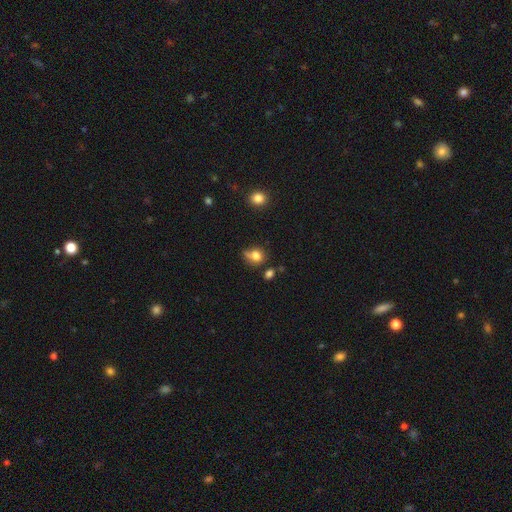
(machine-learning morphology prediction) The model was most divided on "merging": none: 49%, minor disturbance: 25%, merger: 14%, major disturbance: 12%. More confident: smooth or featured — smooth (78%); how rounded — round (71%).